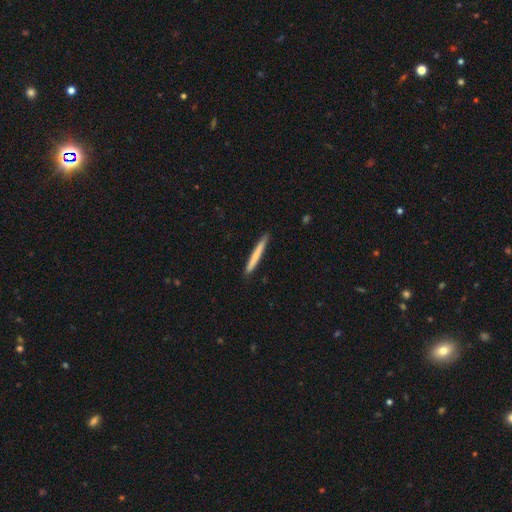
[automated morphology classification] Q: Smooth or featured?
A: smooth (69%); runner-up: featured or disk (26%)
Q: How rounded?
A: cigar-shaped (97%); runner-up: in between (2%)
Q: Merging?
A: none (91%); runner-up: minor disturbance (6%)